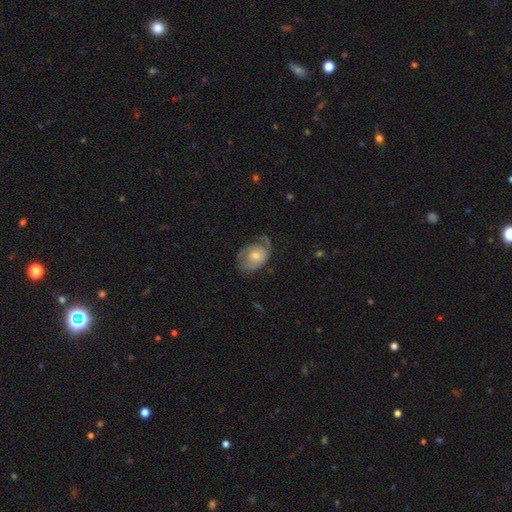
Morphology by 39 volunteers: A featured or disk galaxy (67%) with no bar (72%), tight (44%) spiral arms (72%) and a moderate central bulge (52%).

Vote fractions:
- Smooth or featured? featured or disk: 67% / smooth: 28% / star or artifact: 5%
- Edge-on disk? no: 96% / yes: 4%
- Bar? no: 72% / weak: 20% / strong: 8%
- Spiral arms? yes: 72% / no: 28%
- Spiral winding? tight: 44% / medium: 33% / loose: 22%
- Spiral arm count? can't tell: 33% / 2: 22% / 3: 22% / 1: 17% / 4: 6% / more than 4: 0%
- Bulge size? moderate: 52% / small: 40% / large: 4% / none: 4% / dominant: 0%
- Merging? minor disturbance: 46% / none: 35% / major disturbance: 19% / merger: 0%